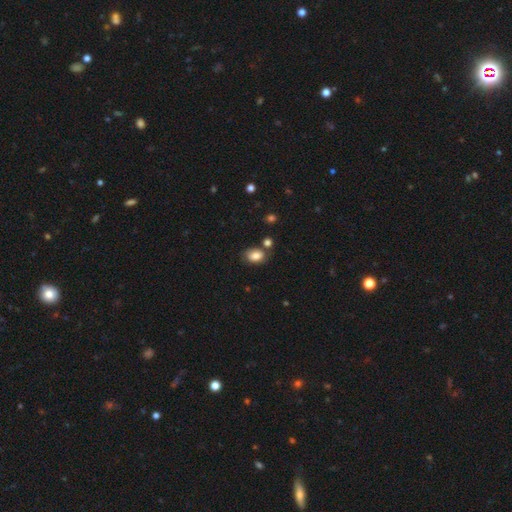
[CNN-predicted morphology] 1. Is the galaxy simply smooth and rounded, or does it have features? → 83% smooth, 9% star or artifact, 8% featured or disk.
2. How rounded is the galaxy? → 75% in between, 23% round, 1% cigar-shaped.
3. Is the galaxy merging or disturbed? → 69% none, 15% minor disturbance, 11% merger, 4% major disturbance.